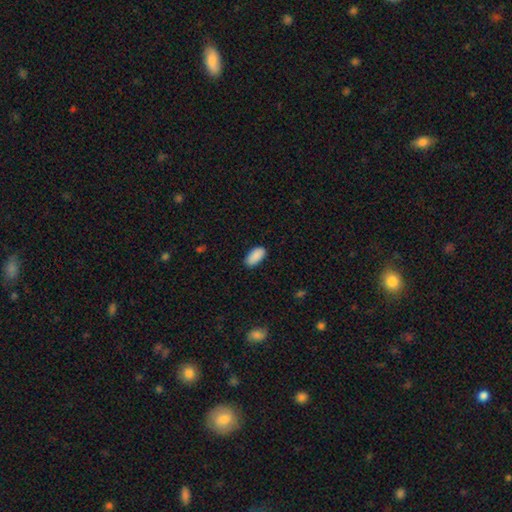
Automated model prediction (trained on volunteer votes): Smooth or featured: smooth — 90% (star or artifact — 7%)
How rounded: in between — 92% (cigar-shaped — 5%)
Merging: none — 86% (minor disturbance — 11%)